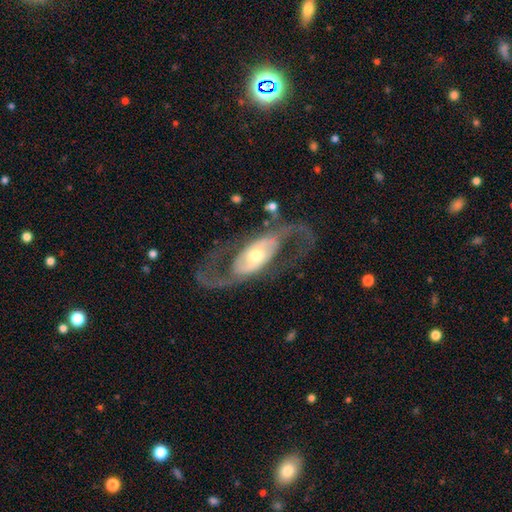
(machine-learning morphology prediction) Smooth or featured? Predicted: featured or disk (p=0.87). Edge-on disk? Predicted: no (p=0.92). Bar? Predicted: no (p=0.47). Spiral arms? Predicted: yes (p=0.88). Spiral winding? Predicted: loose (p=0.44). Spiral arm count? Predicted: 2 (p=0.91). Bulge size? Predicted: moderate (p=0.63). Merging? Predicted: none (p=0.72).